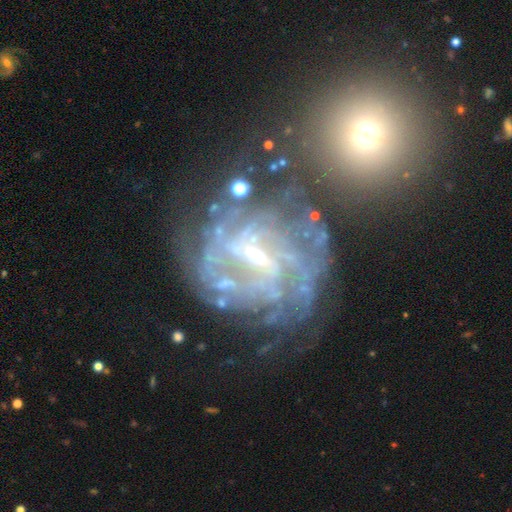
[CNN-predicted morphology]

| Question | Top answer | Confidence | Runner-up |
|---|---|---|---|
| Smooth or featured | featured or disk | 83% | star or artifact (10%) |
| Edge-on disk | no | 97% | yes (3%) |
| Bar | weak | 45% | strong (30%) |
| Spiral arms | yes | 91% | no (9%) |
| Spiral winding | tight | 55% | medium (34%) |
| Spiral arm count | can't tell | 39% | 4 (17%) |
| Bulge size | small | 72% | moderate (21%) |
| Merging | none | 56% | major disturbance (18%) |